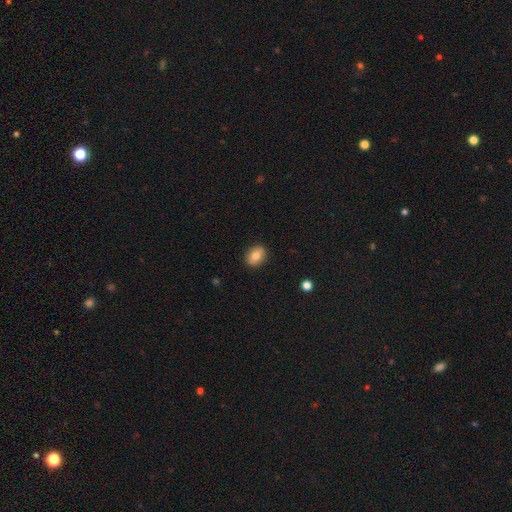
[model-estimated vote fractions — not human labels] A smooth galaxy with no disk features (78%) that is in between round and cigar-shaped (58%). Merging: none (90%).